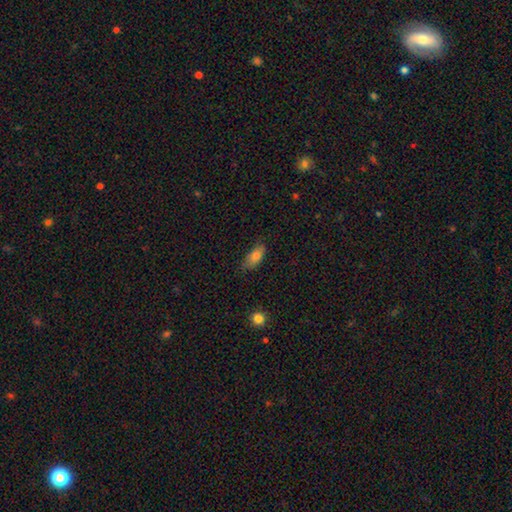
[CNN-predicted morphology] Smooth or featured: smooth — 78% (featured or disk — 14%)
How rounded: in between — 83% (cigar-shaped — 14%)
Merging: none — 71% (minor disturbance — 23%)